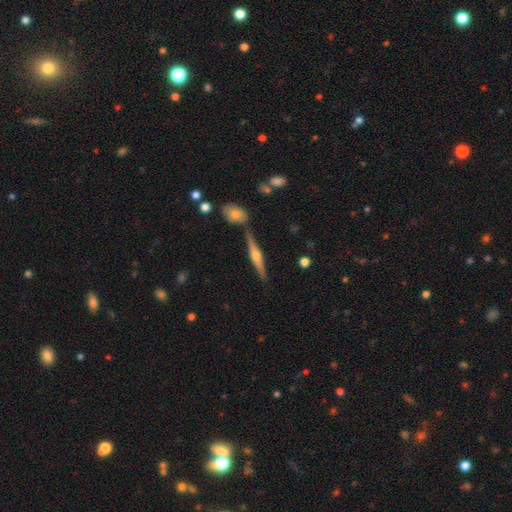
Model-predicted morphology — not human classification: The model was most divided on "smooth or featured": featured or disk: 71%, smooth: 23%, star or artifact: 6%. More confident: edge-on disk — yes (97%); edge-on bulge — rounded (91%); merging — none (81%).